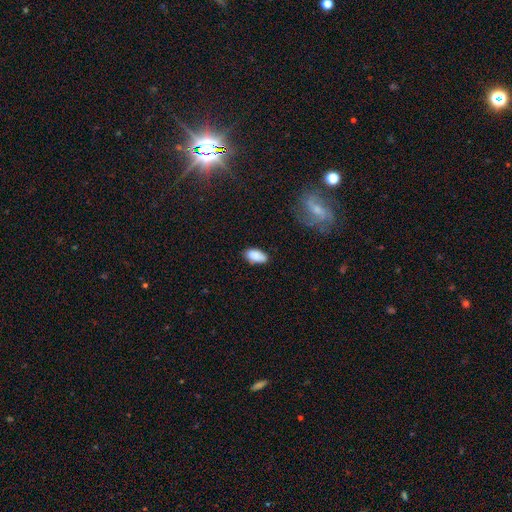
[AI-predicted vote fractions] Smooth or featured?
  - smooth: 87% *
  - star or artifact: 7%
  - featured or disk: 5%
How rounded?
  - in between: 93% *
  - cigar-shaped: 4%
  - round: 4%
Merging?
  - none: 77% *
  - minor disturbance: 17%
  - major disturbance: 3%
  - merger: 2%